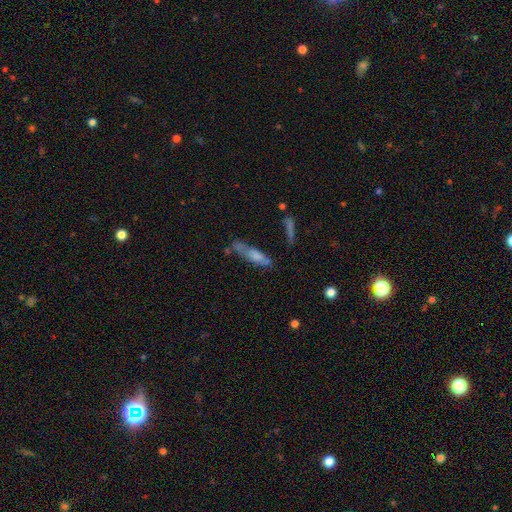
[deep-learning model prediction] Overall: smooth (50%; featured or disk 39%). Merging: none (56%; minor disturbance 23%).